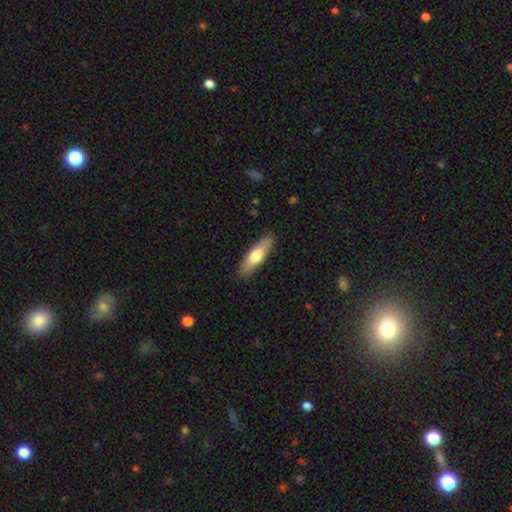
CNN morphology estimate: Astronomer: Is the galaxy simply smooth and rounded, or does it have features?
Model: smooth — 66%.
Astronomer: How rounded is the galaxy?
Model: cigar-shaped — 50% (runner-up: in between, 48%).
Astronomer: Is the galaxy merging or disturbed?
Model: none — 87%.